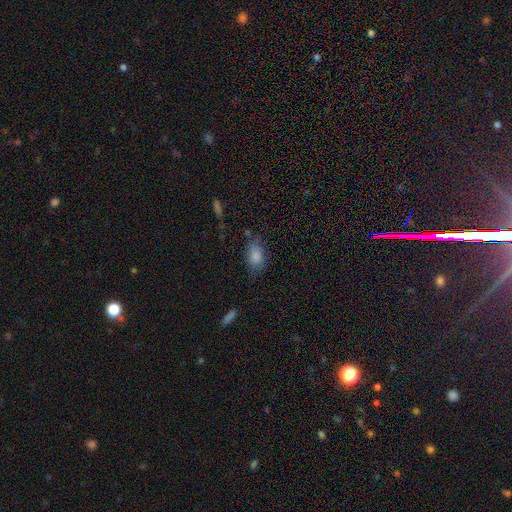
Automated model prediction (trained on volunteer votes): Smooth or featured: smooth — 84% (star or artifact — 9%)
How rounded: in between — 87% (round — 11%)
Merging: none — 66% (minor disturbance — 23%)